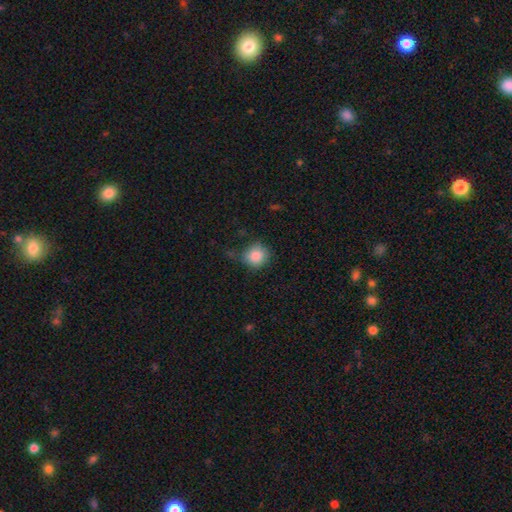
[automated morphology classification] Q: Smooth or featured?
A: smooth (86%); runner-up: star or artifact (9%)
Q: How rounded?
A: round (89%); runner-up: in between (10%)
Q: Merging?
A: none (72%); runner-up: minor disturbance (21%)